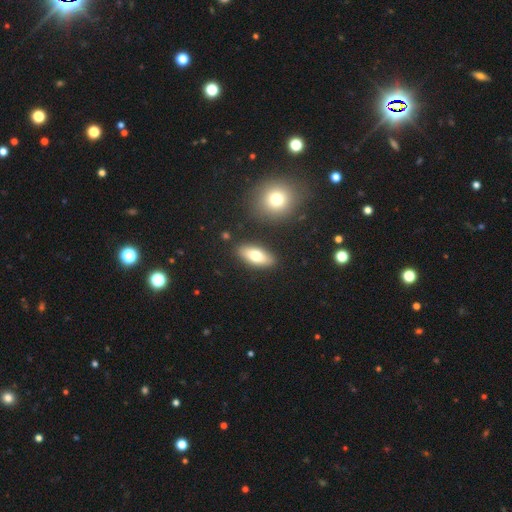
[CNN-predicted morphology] smooth_or_featured: smooth (p=0.71) [alt: featured or disk p=0.22]
how_rounded: in between (p=0.82) [alt: cigar-shaped p=0.15]
merging: none (p=0.86) [alt: minor disturbance p=0.08]